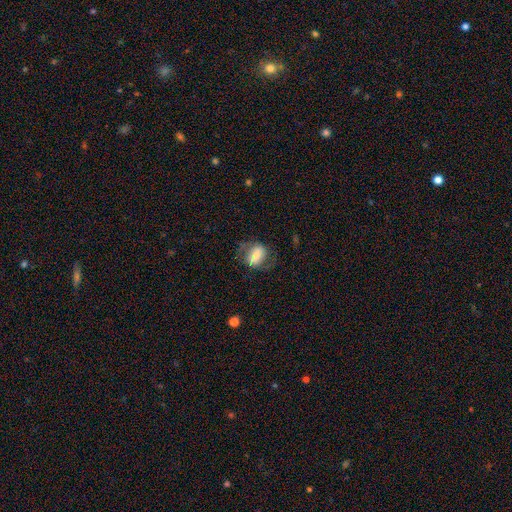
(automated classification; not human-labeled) smooth_or_featured: smooth (p=0.54) [alt: featured or disk p=0.37]
how_rounded: in between (p=0.73) [alt: round p=0.23]
merging: none (p=0.58) [alt: minor disturbance p=0.21]